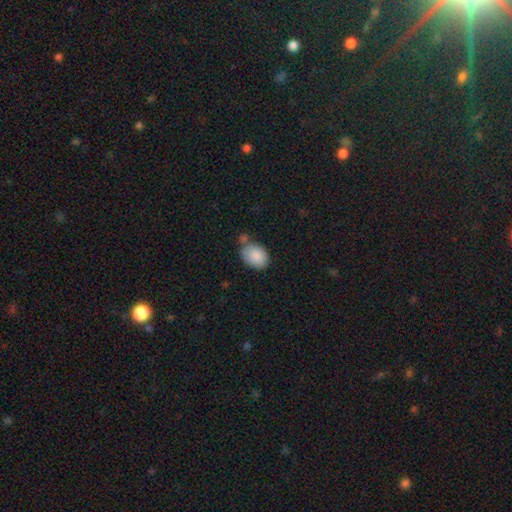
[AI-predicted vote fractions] Smooth or featured? Predicted: smooth (p=0.87). How rounded? Predicted: in between (p=0.80). Merging? Predicted: none (p=0.56).